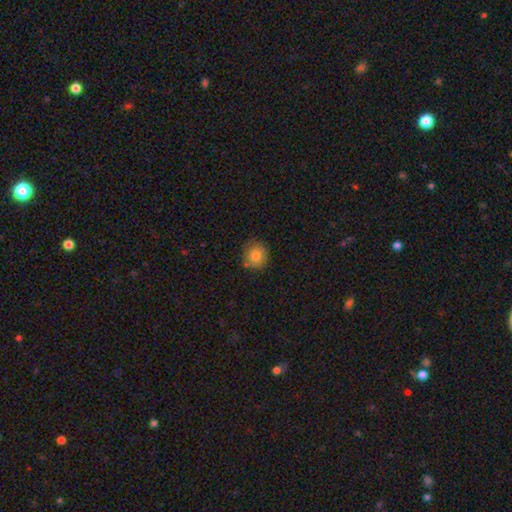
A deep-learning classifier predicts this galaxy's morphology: type=smooth (82%); roundness=round (86%); merging=none (79%).